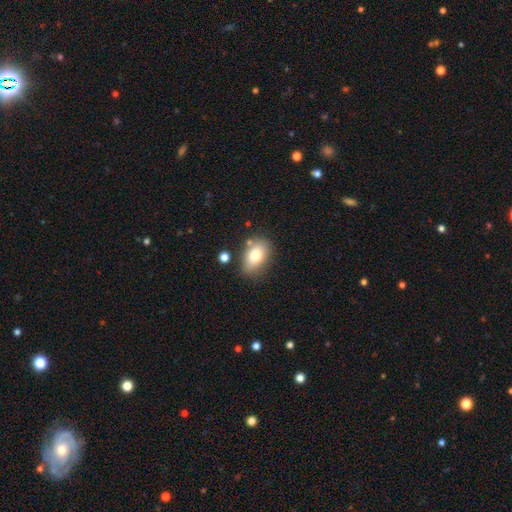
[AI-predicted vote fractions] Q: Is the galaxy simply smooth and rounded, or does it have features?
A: smooth — 76%.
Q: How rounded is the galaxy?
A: in between — 84%.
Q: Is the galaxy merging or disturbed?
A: none — 75%.